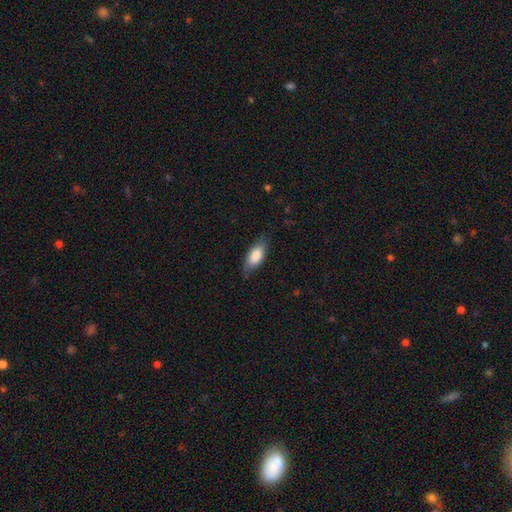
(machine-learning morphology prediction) type=smooth (81%); roundness=in between (83%); merging=none (74%).